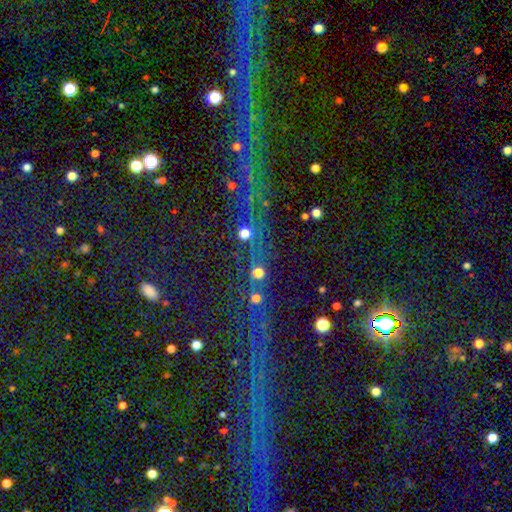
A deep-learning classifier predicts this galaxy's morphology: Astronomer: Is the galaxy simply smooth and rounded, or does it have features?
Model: star or artifact — 78%.